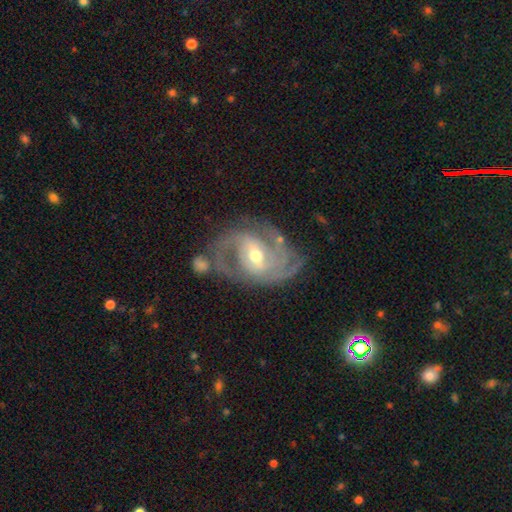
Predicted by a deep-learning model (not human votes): Smooth or featured?
  - featured or disk: 89% *
  - smooth: 5%
  - star or artifact: 5%
Edge-on disk?
  - no: 97% *
  - yes: 3%
Bar?
  - weak: 48% *
  - no: 29%
  - strong: 23%
Spiral arms?
  - yes: 96% *
  - no: 4%
Spiral winding?
  - tight: 48% *
  - medium: 42%
  - loose: 11%
Spiral arm count?
  - 2: 41% *
  - 3: 25%
  - can't tell: 18%
  - 4: 7%
  - 1: 5%
  - more than 4: 4%
Bulge size?
  - moderate: 57% *
  - small: 39%
  - large: 3%
  - none: 1%
  - dominant: 1%
Merging?
  - none: 59% *
  - minor disturbance: 20%
  - major disturbance: 13%
  - merger: 8%